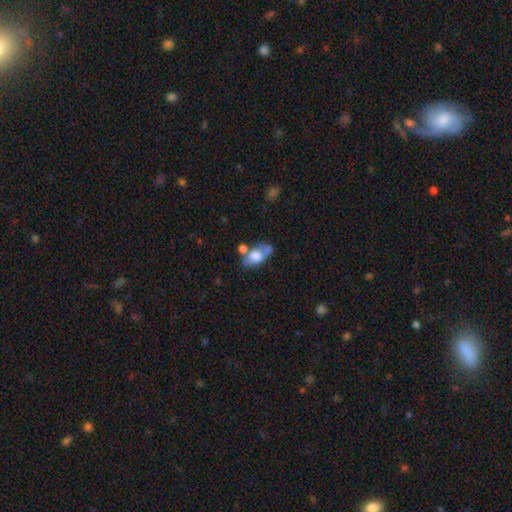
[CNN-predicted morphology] type=smooth (64%); roundness=in between (86%); merging=none (46%).